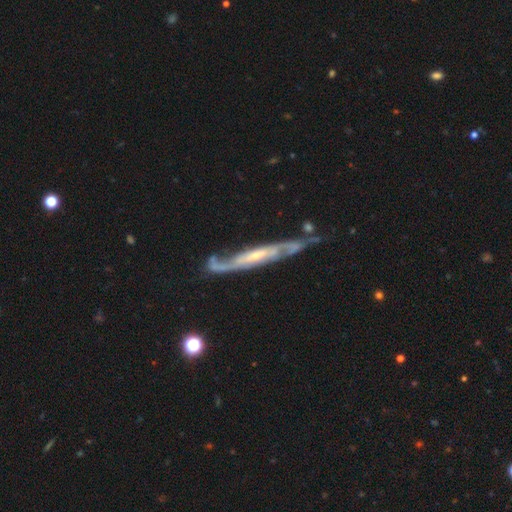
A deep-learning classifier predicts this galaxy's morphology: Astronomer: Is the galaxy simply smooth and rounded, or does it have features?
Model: featured or disk — 86%.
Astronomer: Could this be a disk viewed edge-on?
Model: no — 63%.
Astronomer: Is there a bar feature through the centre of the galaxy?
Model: weak — 39% (runner-up: no, 35%).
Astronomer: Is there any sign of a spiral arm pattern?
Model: yes — 96%.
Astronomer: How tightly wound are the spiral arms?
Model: medium — 44% (runner-up: loose, 32%).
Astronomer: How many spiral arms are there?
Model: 2 — 83%.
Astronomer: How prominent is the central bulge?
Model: small — 61%.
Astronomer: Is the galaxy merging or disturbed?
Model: none — 59%.